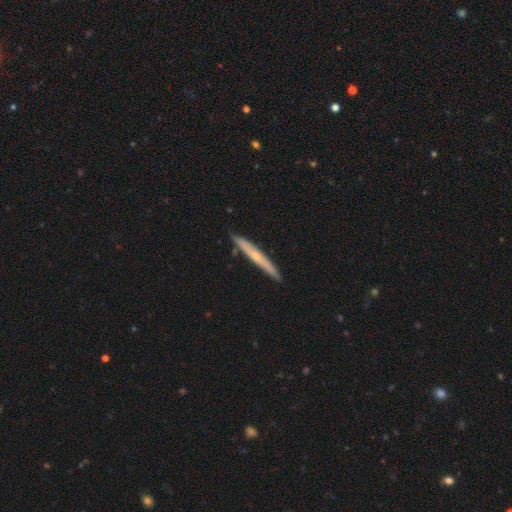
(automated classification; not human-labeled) A featured or disk galaxy (55%) viewed edge-on (94%) with a rounded central bulge (54%).

Vote fractions:
- Smooth or featured? featured or disk: 55% / smooth: 40% / star or artifact: 6%
- Edge-on disk? yes: 94% / no: 6%
- Edge-on bulge? rounded: 54% / none: 43% / boxy: 3%
- Merging? none: 88% / minor disturbance: 9% / merger: 1% / major disturbance: 1%